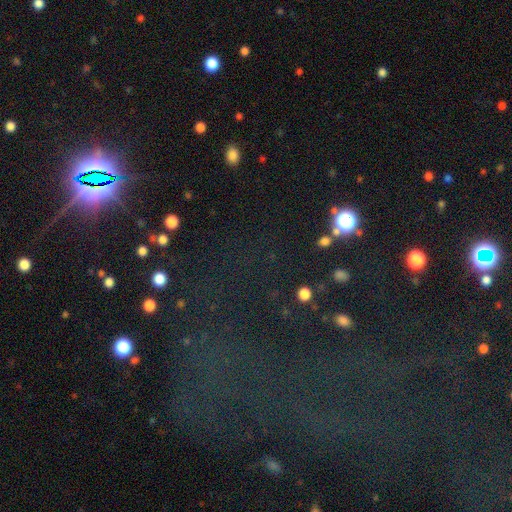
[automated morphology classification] The model was most divided on "smooth or featured": star or artifact: 76%, smooth: 15%, featured or disk: 10%.